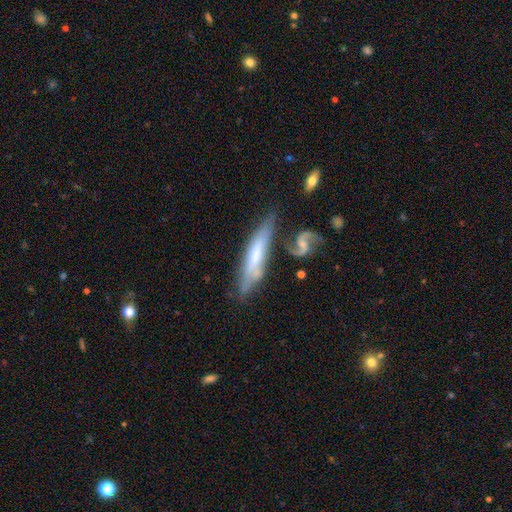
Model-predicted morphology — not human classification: This is possibly a featured or disk galaxy (55%). It is possibly viewed edge-on (56%). Merging: possibly none (49%).